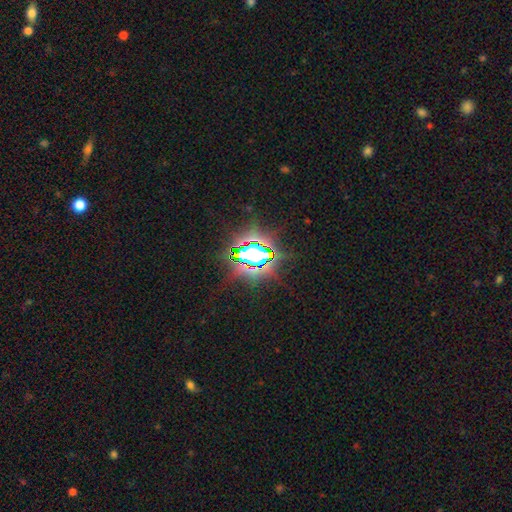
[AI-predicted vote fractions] A star or artifact, not a galaxy (74%).

Vote fractions:
- Smooth or featured? star or artifact: 74% / smooth: 15% / featured or disk: 11%